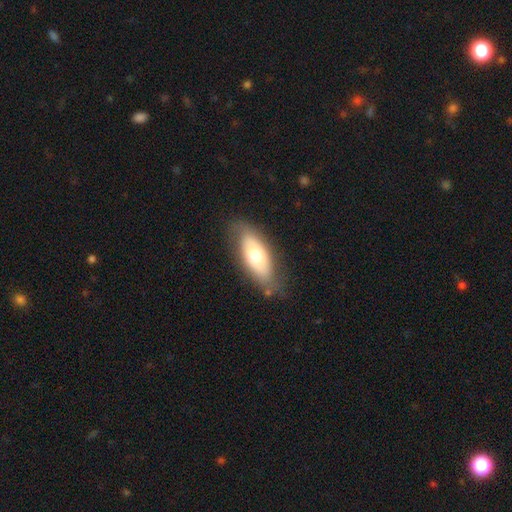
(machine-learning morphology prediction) smooth-or-featured: smooth: 61% | featured or disk: 32% | star or artifact: 6%
  how-rounded: in between: 80% | cigar-shaped: 17% | round: 3%
  merging: none: 74% | minor disturbance: 18% | major disturbance: 5% | merger: 2%